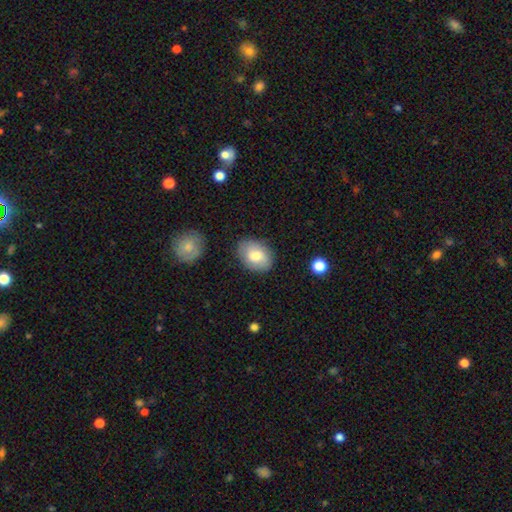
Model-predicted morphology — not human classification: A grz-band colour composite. It shows a smooth galaxy with no disk features (74%) that is in between round and cigar-shaped (76%). Merging: none (80%).